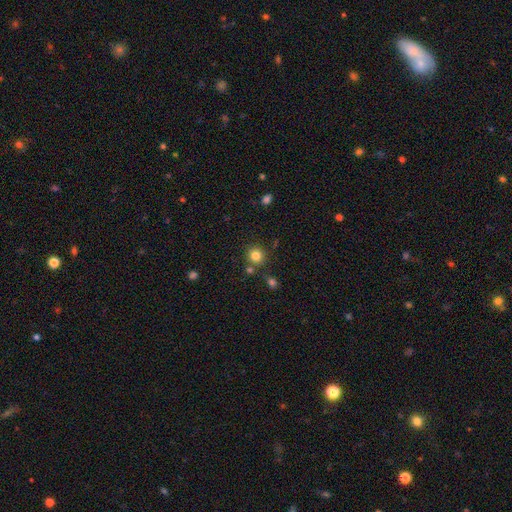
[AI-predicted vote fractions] Overall: smooth (82%). How rounded: round (91%). Merging: none (79%).